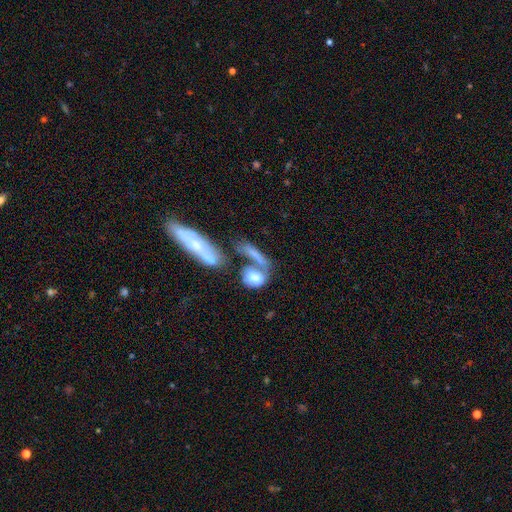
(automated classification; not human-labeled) The model was most divided on "how rounded": in between: 48%, cigar-shaped: 29%, round: 23%. Remaining: smooth or featured — smooth (61%); merging — merger (50%).